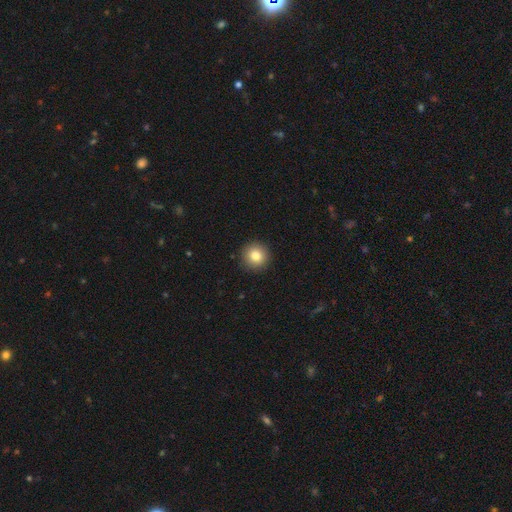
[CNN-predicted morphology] smooth_or_featured: smooth (p=0.82) [alt: star or artifact p=0.10]
how_rounded: round (p=0.95) [alt: in between p=0.04]
merging: none (p=0.92) [alt: minor disturbance p=0.05]